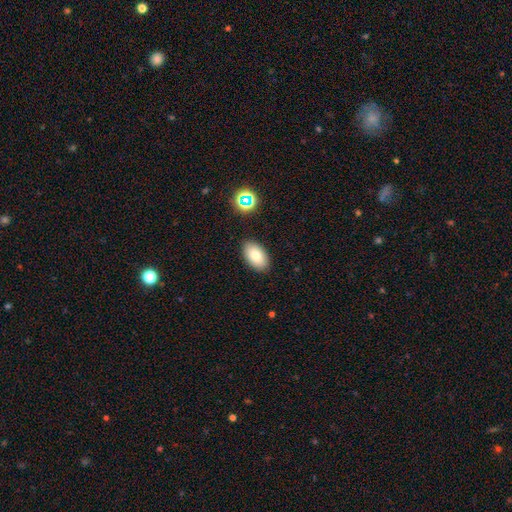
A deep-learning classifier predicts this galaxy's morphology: This is likely a smooth galaxy (79%). How rounded: clearly in between (93%). Merging: clearly none (87%).